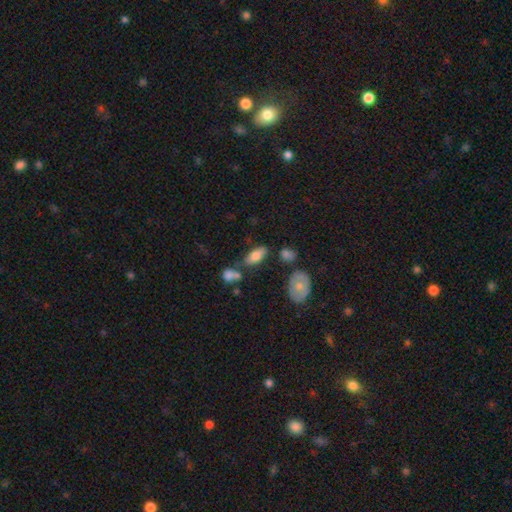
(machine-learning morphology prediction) A smooth galaxy with no disk features (75%) that is in between round and cigar-shaped (85%). Merging: none (65%).